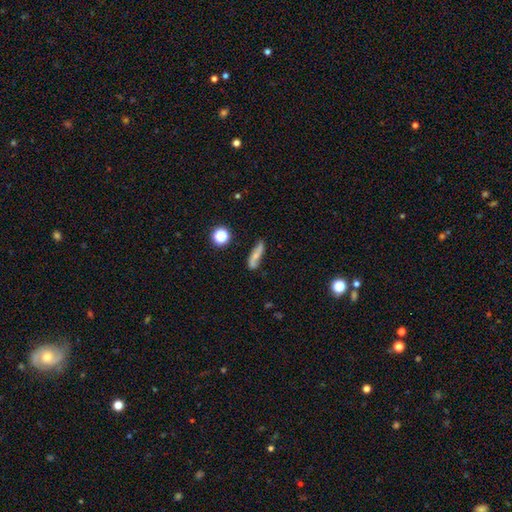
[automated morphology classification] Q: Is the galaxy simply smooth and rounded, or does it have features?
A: smooth — 46%.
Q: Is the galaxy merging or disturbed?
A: none — 68%.